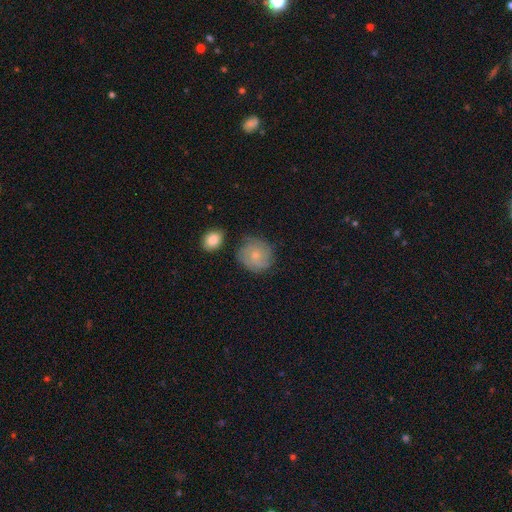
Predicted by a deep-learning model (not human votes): Smooth or featured? featured or disk (48%)
Merging? none (74%)